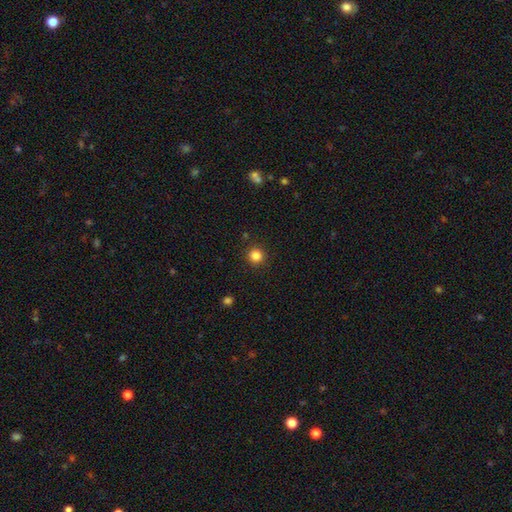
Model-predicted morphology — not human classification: The model was most divided on "smooth or featured": smooth: 84%, star or artifact: 12%, featured or disk: 4%. More confident: how rounded — round (94%); merging — none (91%).